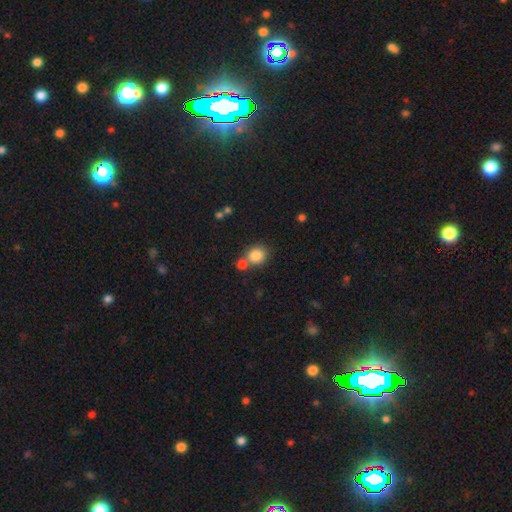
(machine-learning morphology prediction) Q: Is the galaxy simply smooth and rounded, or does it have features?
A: smooth — 84%.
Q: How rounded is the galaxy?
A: round — 77%.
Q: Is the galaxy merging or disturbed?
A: none — 55%.